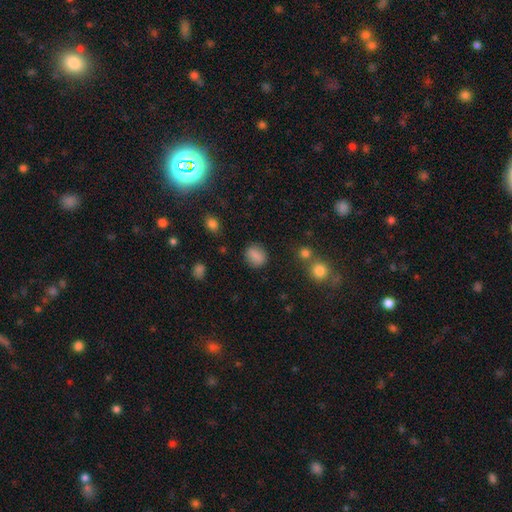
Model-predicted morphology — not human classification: A smooth galaxy with no disk features (83%) that is round (60%).

Vote fractions:
- Smooth or featured? smooth: 83% / star or artifact: 9% / featured or disk: 7%
- How rounded? round: 60% / in between: 39% / cigar-shaped: 2%
- Merging? none: 83% / minor disturbance: 10% / major disturbance: 4% / merger: 2%